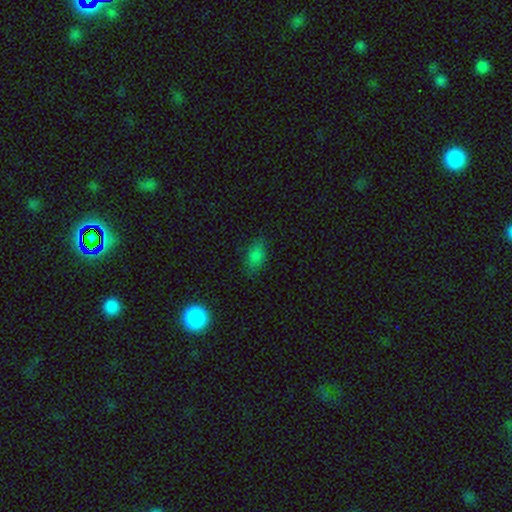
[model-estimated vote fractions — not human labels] smooth_or_featured: smooth (p=0.80) [alt: star or artifact p=0.13]
how_rounded: in between (p=0.88) [alt: round p=0.09]
merging: none (p=0.78) [alt: minor disturbance p=0.16]